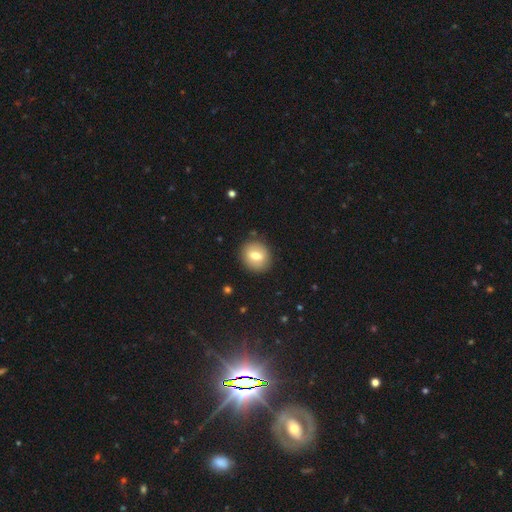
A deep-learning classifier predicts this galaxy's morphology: smooth-or-featured: smooth: 68% | featured or disk: 24% | star or artifact: 9%
  how-rounded: round: 71% | in between: 28% | cigar-shaped: 1%
  merging: none: 87% | minor disturbance: 8% | major disturbance: 3% | merger: 2%